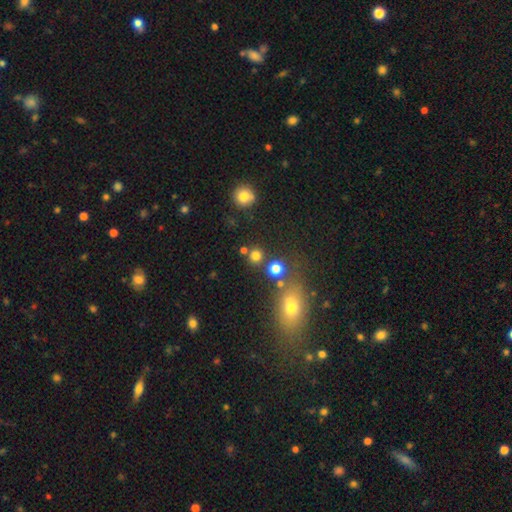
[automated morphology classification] smooth_or_featured: smooth (p=0.77) [alt: star or artifact p=0.17]
how_rounded: round (p=0.90) [alt: in between p=0.08]
merging: none (p=0.78) [alt: merger p=0.12]